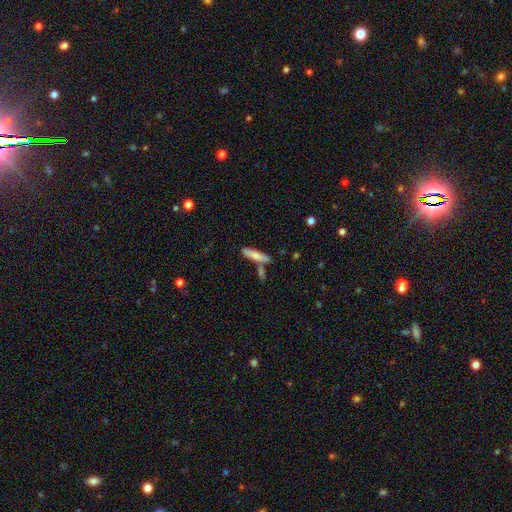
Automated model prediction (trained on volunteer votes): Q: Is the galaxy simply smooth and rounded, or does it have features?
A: smooth — 72%.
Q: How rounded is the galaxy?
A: cigar-shaped — 80%.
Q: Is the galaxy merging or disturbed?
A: none — 65%.